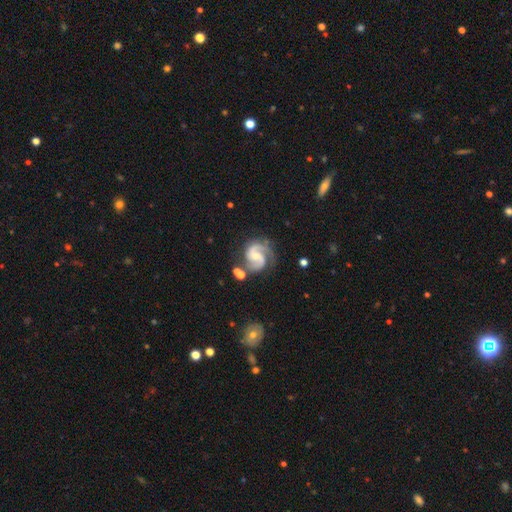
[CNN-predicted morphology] featured or disk 90%, smooth 5%, star or artifact 5%. Down the decision tree: edge-on disk — no (98%); bar — weak (45%); spiral arms — yes (98%); spiral arm count — 2 (88%); spiral winding — medium (58%); bulge size — small (57%); merging — none (65%).